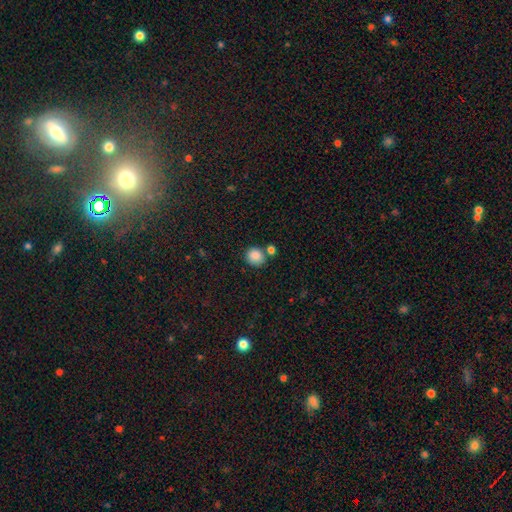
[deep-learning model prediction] A smooth galaxy with no disk features (87%) that is round (80%). Merging: none (72%).